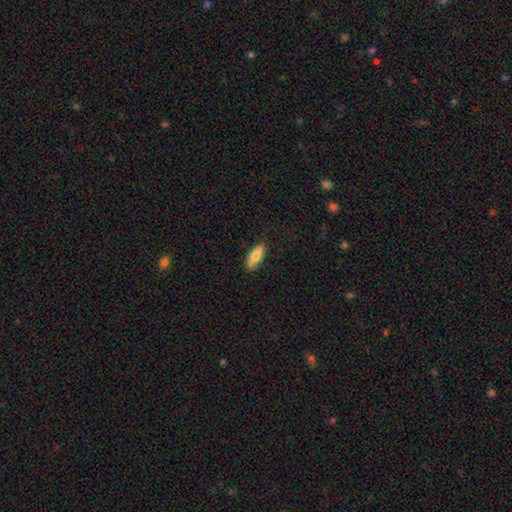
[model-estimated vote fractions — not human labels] smooth_or_featured: smooth (p=0.74) [alt: featured or disk p=0.20]
how_rounded: in between (p=0.69) [alt: cigar-shaped p=0.29]
merging: none (p=0.78) [alt: minor disturbance p=0.18]